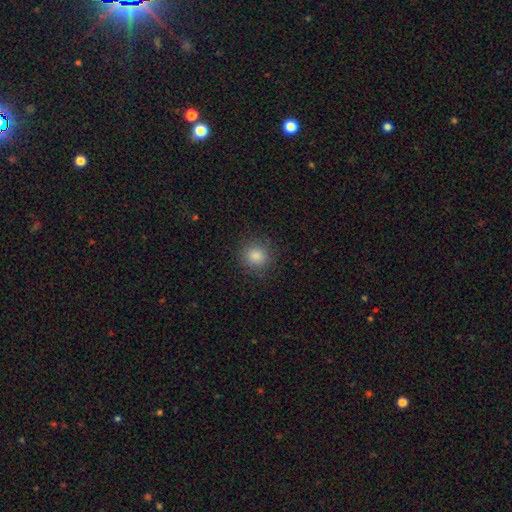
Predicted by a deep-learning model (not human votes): smooth-or-featured: smooth: 84% | star or artifact: 12% | featured or disk: 4%
  how-rounded: round: 89% | in between: 10% | cigar-shaped: 1%
  merging: none: 89% | minor disturbance: 8% | major disturbance: 3% | merger: 1%